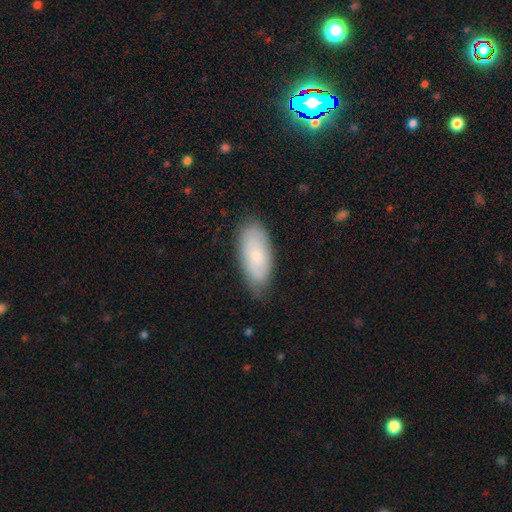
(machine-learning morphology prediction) Smooth or featured? Predicted: smooth (p=0.74). How rounded? Predicted: in between (p=0.85). Merging? Predicted: none (p=0.77).